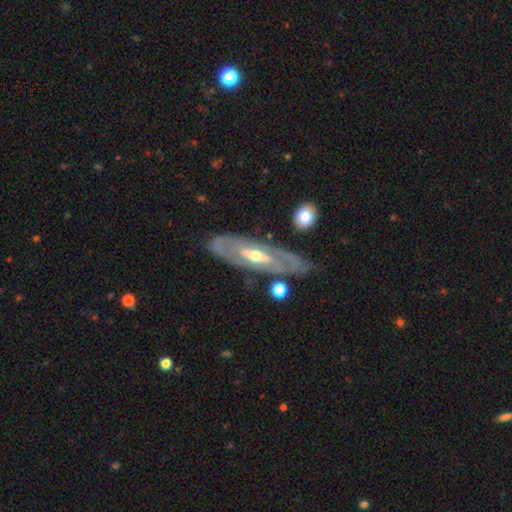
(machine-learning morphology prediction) smooth-or-featured: featured or disk: 80% | smooth: 15% | star or artifact: 5%
  disk-edge-on: no: 79% | yes: 21%
    bar: no: 46% | weak: 33% | strong: 21%
    has-spiral-arms: yes: 61% | no: 39%
    bulge-size: moderate: 60% | small: 34% | large: 4% | none: 1% | dominant: 1%
  merging: none: 71% | minor disturbance: 18% | major disturbance: 7% | merger: 3%